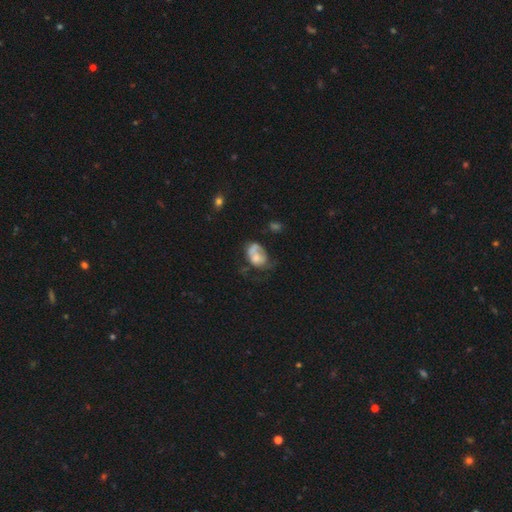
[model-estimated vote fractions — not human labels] smooth 56%, featured or disk 35%, star or artifact 9%. Down the decision tree: how rounded — in between (75%); merging — major disturbance (33%).